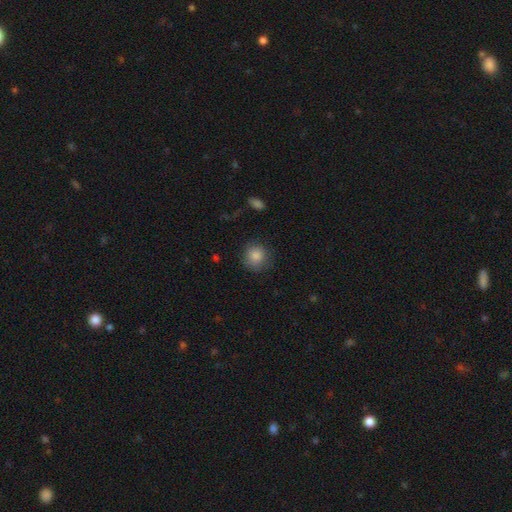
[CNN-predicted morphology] Smooth or featured?
  - smooth: 86% *
  - star or artifact: 9%
  - featured or disk: 5%
How rounded?
  - round: 87% *
  - in between: 12%
  - cigar-shaped: 1%
Merging?
  - none: 81% *
  - minor disturbance: 14%
  - major disturbance: 4%
  - merger: 1%